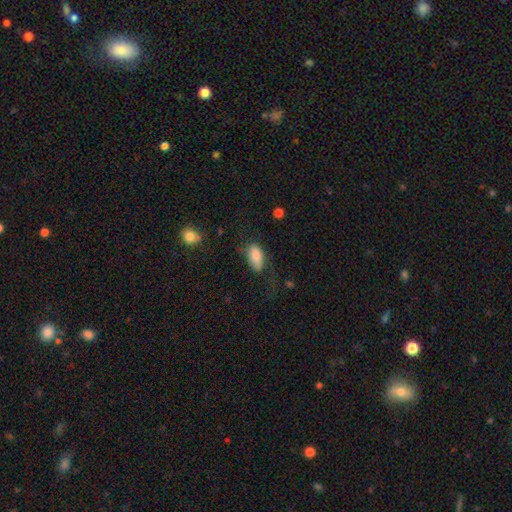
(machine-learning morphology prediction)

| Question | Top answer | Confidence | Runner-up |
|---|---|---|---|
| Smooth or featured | smooth | 82% | featured or disk (11%) |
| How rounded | in between | 92% | cigar-shaped (5%) |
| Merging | none | 46% | minor disturbance (28%) |